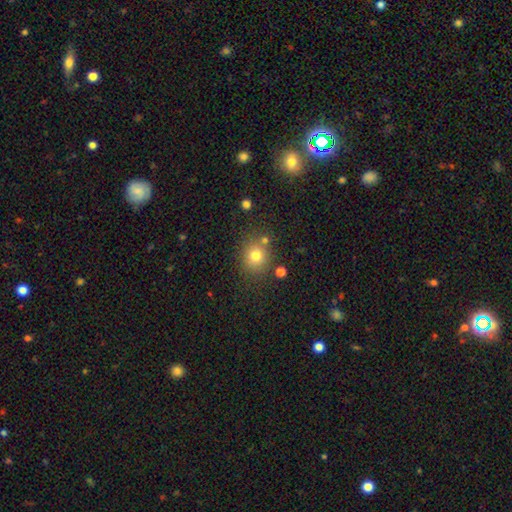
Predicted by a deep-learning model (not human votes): Overall: smooth (77%). How rounded: round (82%). Merging: none (77%).